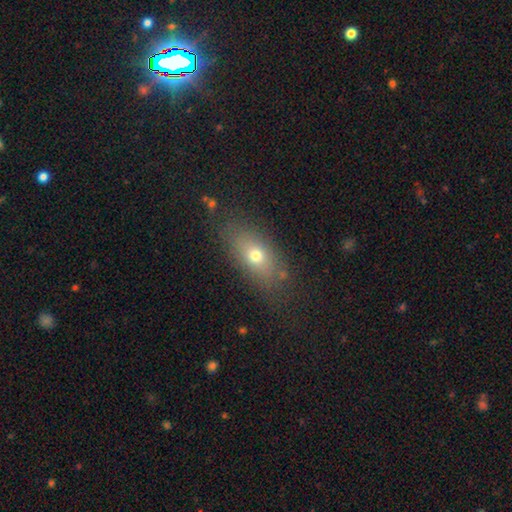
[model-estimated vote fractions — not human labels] Overall: smooth (68%). How rounded: in between (77%). Merging: none (80%).